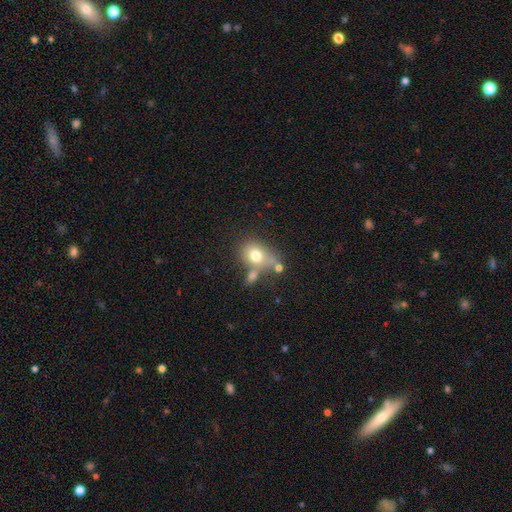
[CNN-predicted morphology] A smooth galaxy with no disk features (73%) that is in between round and cigar-shaped (55%). Merging: none (40%).